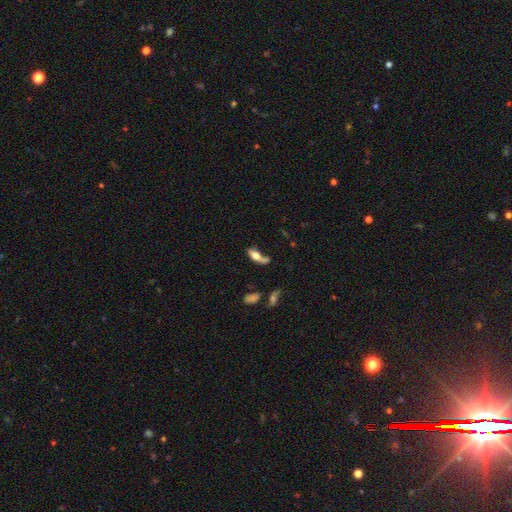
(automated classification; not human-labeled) smooth_or_featured: smooth (p=0.65) [alt: featured or disk p=0.26]
how_rounded: in between (p=0.74) [alt: cigar-shaped p=0.21]
merging: none (p=0.37) [alt: merger p=0.25]